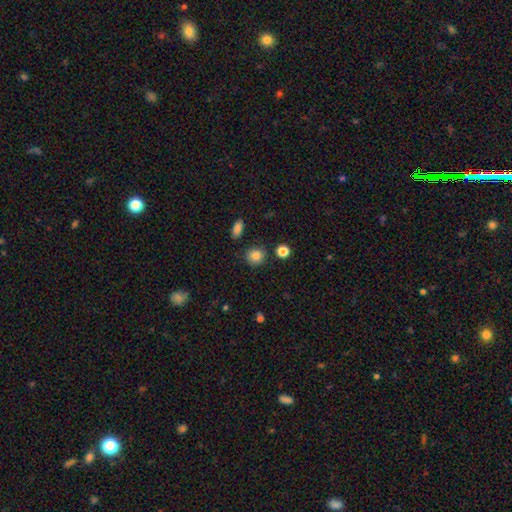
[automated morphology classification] Overall: smooth (85%). How rounded: round (84%). Merging: none (84%).